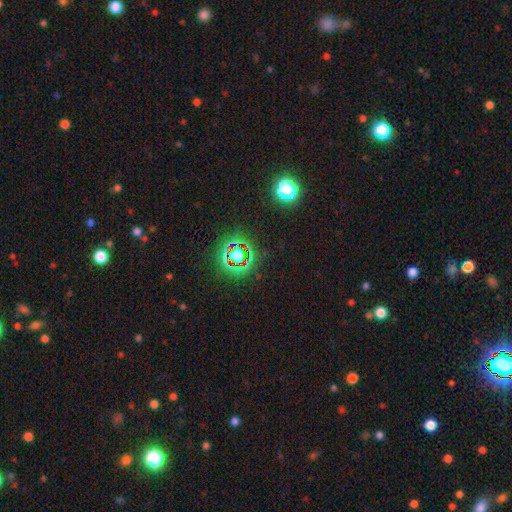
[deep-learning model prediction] Smooth or featured: star or artifact — 79% (smooth — 14%)